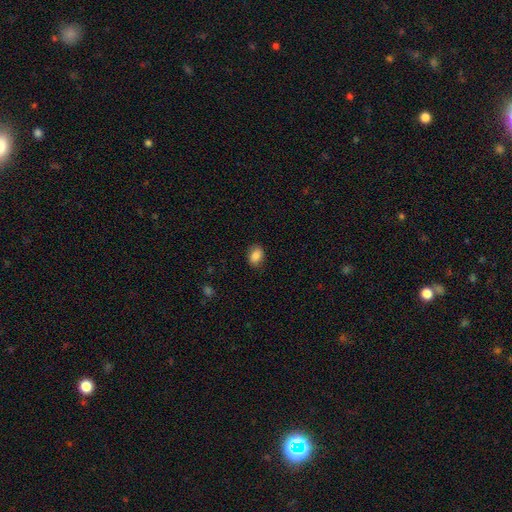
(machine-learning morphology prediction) The model was most divided on "how rounded": in between: 73%, round: 26%, cigar-shaped: 1%. More confident: smooth or featured — smooth (86%); merging — none (84%).